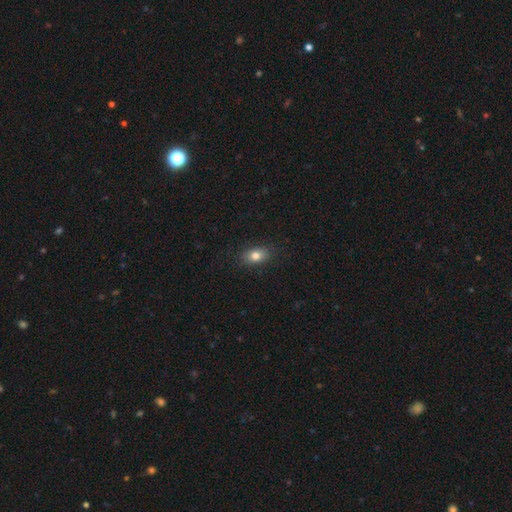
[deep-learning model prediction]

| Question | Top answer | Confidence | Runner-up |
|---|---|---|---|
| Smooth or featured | smooth | 80% | featured or disk (10%) |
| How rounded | in between | 82% | round (15%) |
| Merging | none | 87% | minor disturbance (10%) |